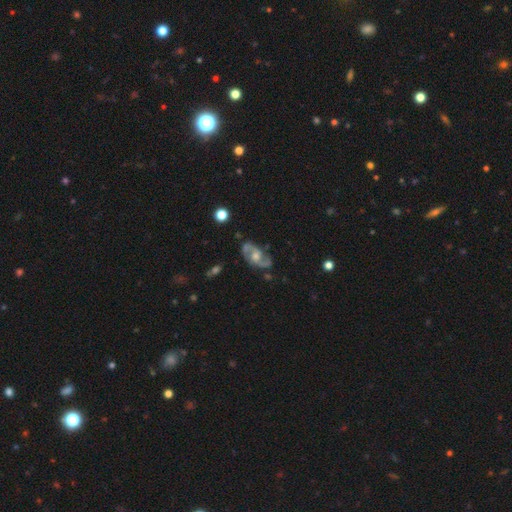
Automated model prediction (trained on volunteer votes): A featured or disk galaxy (85%) with no bar (58%), 2 (91%) medium (54%) spiral arms (93%) and a moderate central bulge (63%).

Vote fractions:
- Smooth or featured? featured or disk: 85% / smooth: 10% / star or artifact: 5%
- Edge-on disk? no: 96% / yes: 4%
- Bar? no: 58% / weak: 35% / strong: 7%
- Spiral arms? yes: 93% / no: 7%
- Spiral winding? medium: 54% / loose: 29% / tight: 17%
- Spiral arm count? 2: 91% / can't tell: 4% / 1: 2% / 3: 1% / 4: 1% / more than 4: 1%
- Bulge size? moderate: 63% / small: 18% / large: 14% / none: 4% / dominant: 1%
- Merging? none: 77% / minor disturbance: 15% / major disturbance: 5% / merger: 2%